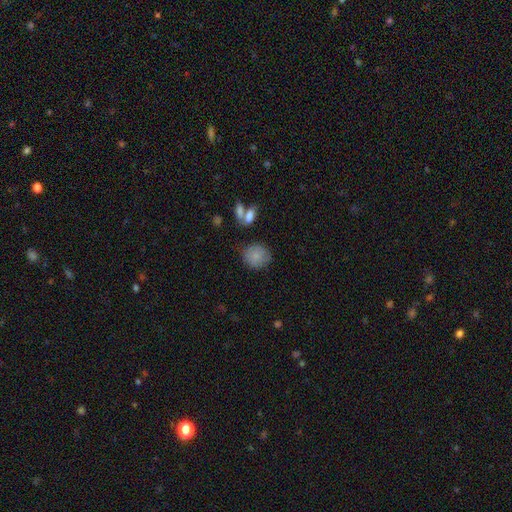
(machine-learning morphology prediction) Smooth or featured: smooth — 83% (featured or disk — 9%)
How rounded: round — 79% (in between — 20%)
Merging: none — 73% (minor disturbance — 16%)